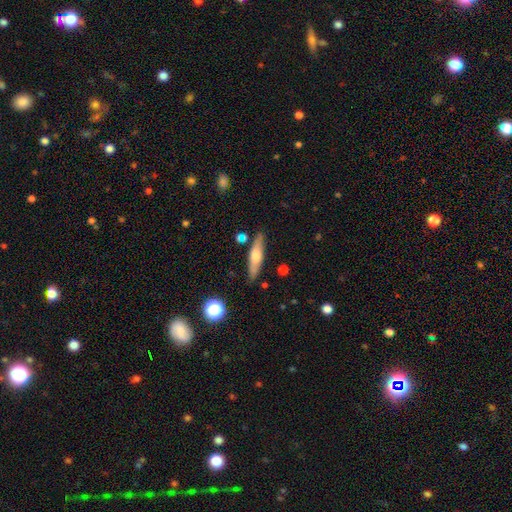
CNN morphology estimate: Overall: featured or disk (48%; smooth 45%). Merging: none (83%).